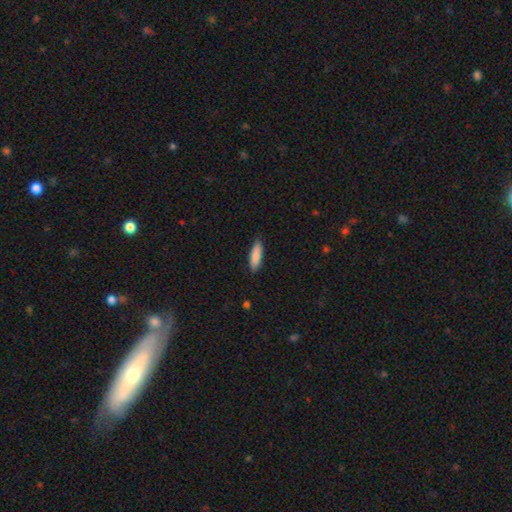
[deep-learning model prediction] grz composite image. It shows a smooth galaxy with no disk features (87%) that is cigar-shaped (55%). Merging: none (86%).